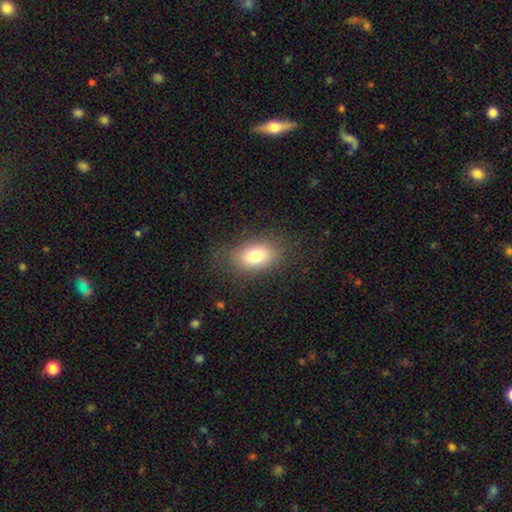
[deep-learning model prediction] Smooth or featured: smooth — 78% (featured or disk — 12%)
How rounded: in between — 83% (round — 15%)
Merging: none — 79% (minor disturbance — 14%)